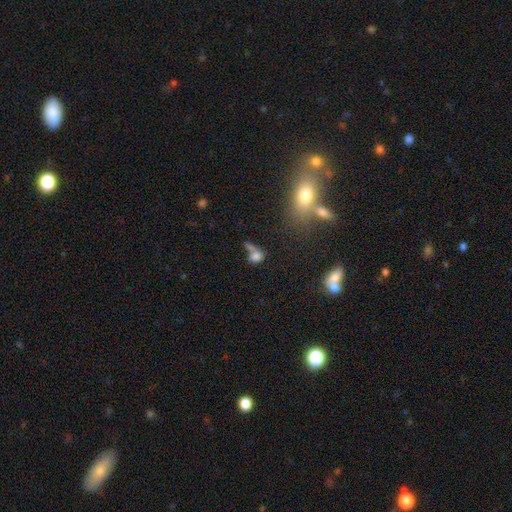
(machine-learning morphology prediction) type=smooth (72%); roundness=in between (50%); merging=merger (41%).